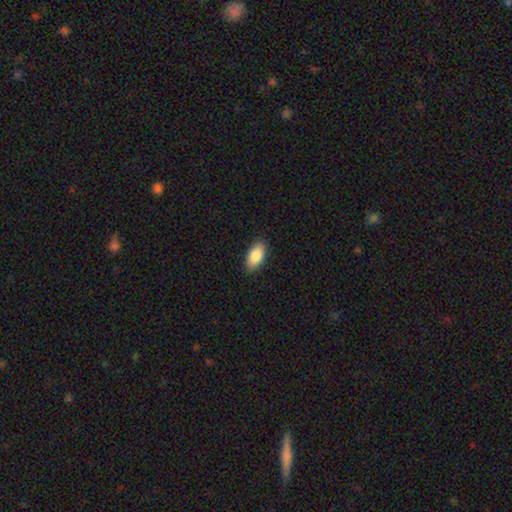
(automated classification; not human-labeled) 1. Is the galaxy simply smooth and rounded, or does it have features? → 87% smooth, 7% featured or disk, 6% star or artifact.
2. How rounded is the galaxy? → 91% in between, 6% cigar-shaped, 3% round.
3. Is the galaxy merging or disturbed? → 87% none, 10% minor disturbance, 2% major disturbance, 1% merger.